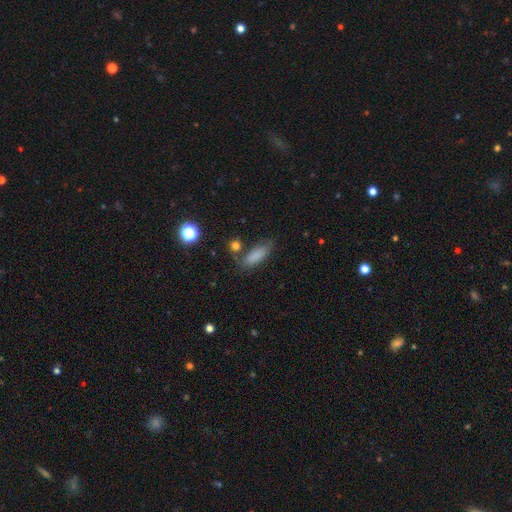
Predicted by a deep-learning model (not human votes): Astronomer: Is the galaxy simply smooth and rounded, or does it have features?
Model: smooth — 82%.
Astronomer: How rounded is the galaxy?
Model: in between — 64%.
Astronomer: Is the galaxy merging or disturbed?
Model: none — 65%.